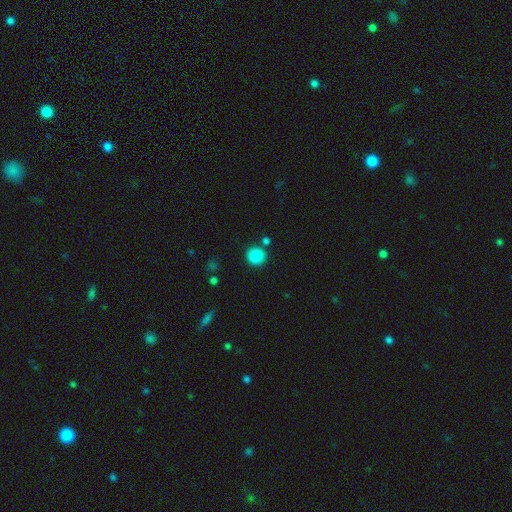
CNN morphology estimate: Smooth or featured? smooth (87%)
How rounded? round (90%)
Merging? none (79%)